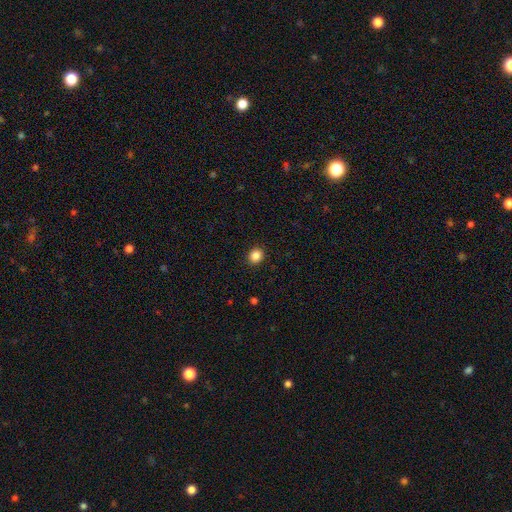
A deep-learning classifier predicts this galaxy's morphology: Smooth or featured?
  - smooth: 86% *
  - star or artifact: 11%
  - featured or disk: 3%
How rounded?
  - round: 82% *
  - in between: 17%
  - cigar-shaped: 1%
Merging?
  - none: 92% *
  - minor disturbance: 5%
  - major disturbance: 2%
  - merger: 1%